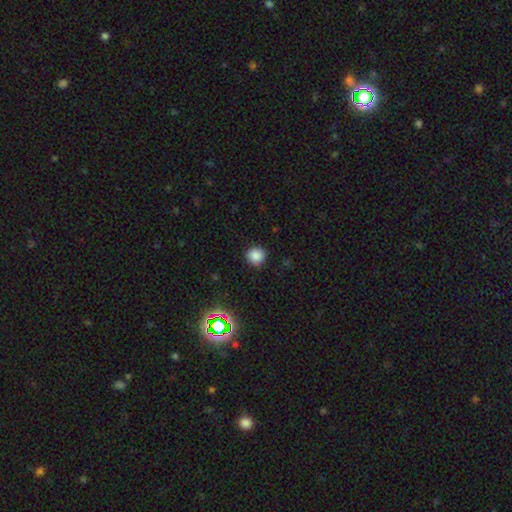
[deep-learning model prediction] Smooth or featured: smooth — 84% (star or artifact — 13%)
How rounded: round — 91% (in between — 8%)
Merging: none — 86% (minor disturbance — 10%)